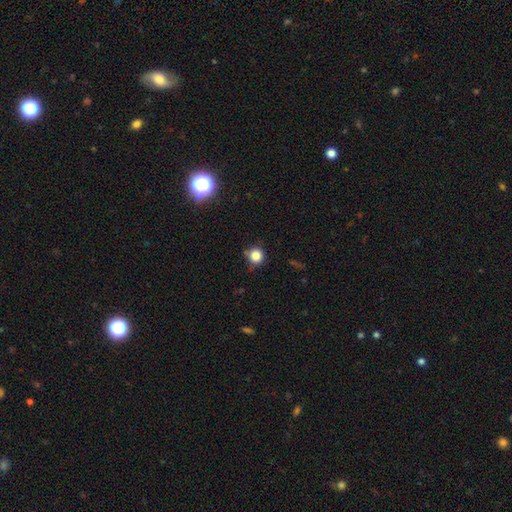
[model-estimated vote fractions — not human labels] A smooth galaxy with no disk features (82%) that is round (91%).

Vote fractions:
- Smooth or featured? smooth: 82% / star or artifact: 13% / featured or disk: 5%
- How rounded? round: 91% / in between: 8% / cigar-shaped: 1%
- Merging? none: 77% / minor disturbance: 16% / major disturbance: 3% / merger: 3%